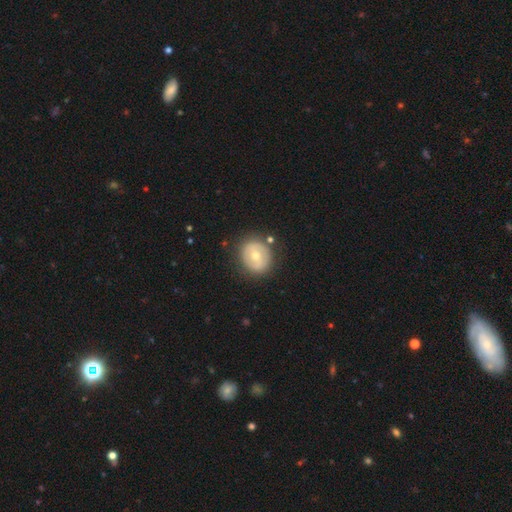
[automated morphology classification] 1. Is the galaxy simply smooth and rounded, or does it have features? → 49% smooth, 44% featured or disk, 7% star or artifact.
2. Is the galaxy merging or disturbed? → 80% none, 12% minor disturbance, 4% major disturbance, 3% merger.